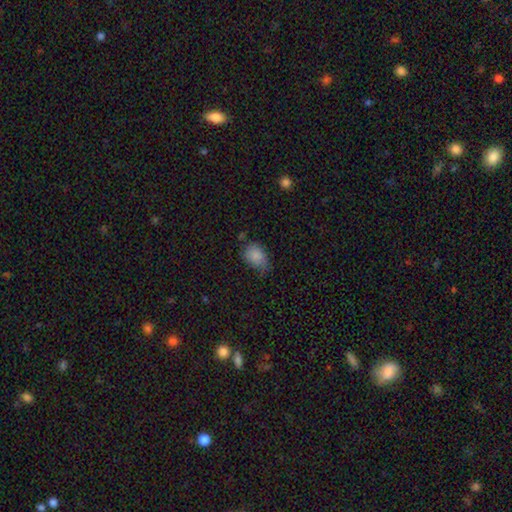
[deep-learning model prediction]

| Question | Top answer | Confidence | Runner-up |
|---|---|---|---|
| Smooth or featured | smooth | 84% | star or artifact (9%) |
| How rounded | in between | 70% | round (29%) |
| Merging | none | 50% | minor disturbance (38%) |